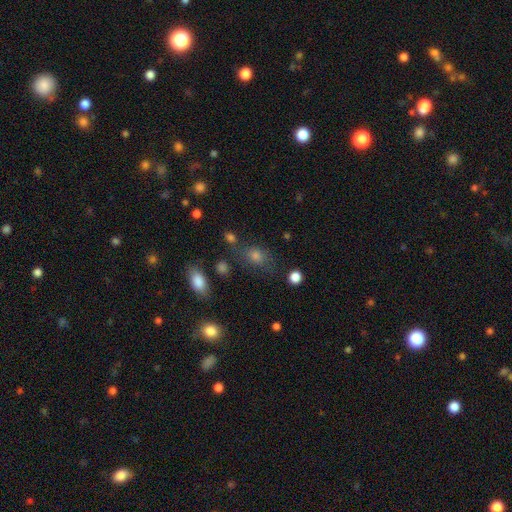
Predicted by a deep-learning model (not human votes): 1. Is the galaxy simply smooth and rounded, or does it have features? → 66% smooth, 22% star or artifact, 12% featured or disk.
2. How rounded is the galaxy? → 62% in between, 35% round, 3% cigar-shaped.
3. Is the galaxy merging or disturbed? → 67% none, 18% minor disturbance, 8% major disturbance, 7% merger.